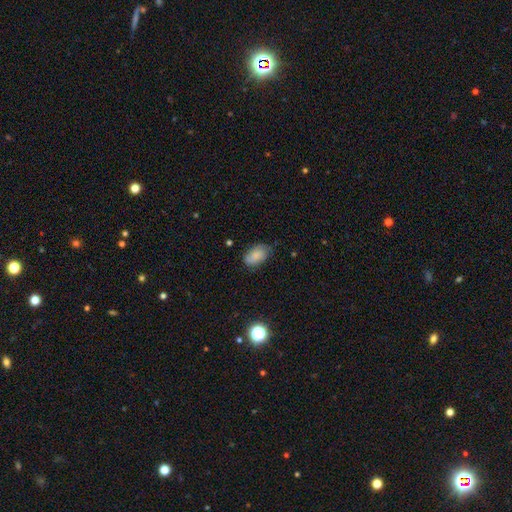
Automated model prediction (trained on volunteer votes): smooth-or-featured: smooth: 70% | featured or disk: 21% | star or artifact: 9%
  how-rounded: in between: 92% | round: 6% | cigar-shaped: 2%
  merging: none: 65% | minor disturbance: 27% | major disturbance: 6% | merger: 2%